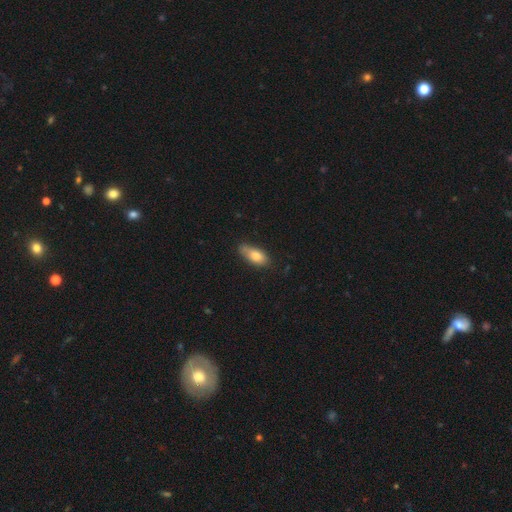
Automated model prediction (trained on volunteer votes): Overall: smooth (76%). How rounded: in between (83%). Merging: none (65%; minor disturbance 28%).